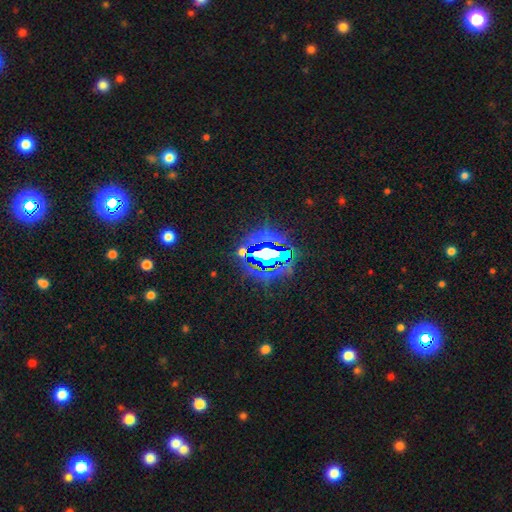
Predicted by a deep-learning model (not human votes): Q: Smooth or featured?
A: star or artifact (83%); runner-up: smooth (9%)